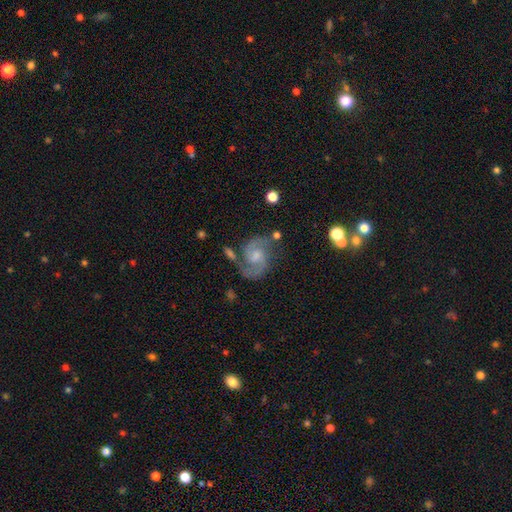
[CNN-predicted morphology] Smooth or featured: featured or disk — 88% (star or artifact — 7%)
Edge-on disk: no — 98% (yes — 2%)
Bar: no — 52% (weak — 40%)
Spiral arms: yes — 98% (no — 2%)
Spiral winding: medium — 60% (tight — 24%)
Spiral arm count: 2 — 93% (can't tell — 2%)
Bulge size: moderate — 43% (small — 39%)
Merging: none — 71% (minor disturbance — 16%)